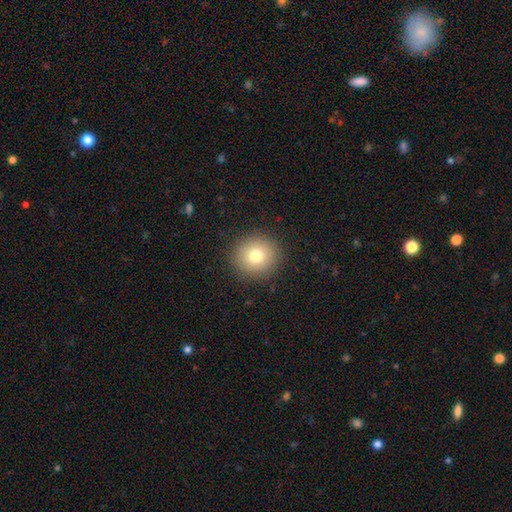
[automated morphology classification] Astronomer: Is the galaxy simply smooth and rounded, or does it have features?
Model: smooth — 77%.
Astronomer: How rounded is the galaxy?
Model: round — 92%.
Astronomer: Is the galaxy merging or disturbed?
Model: none — 90%.